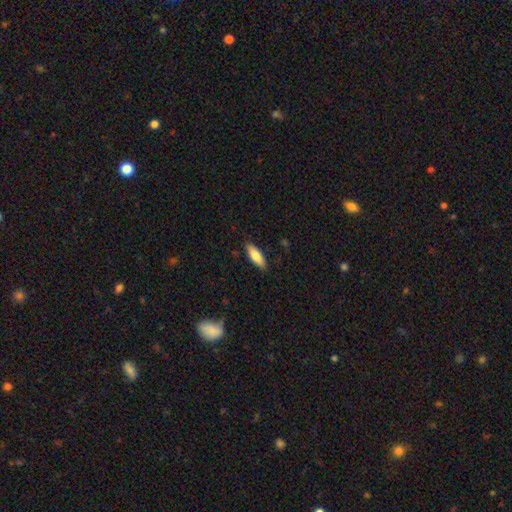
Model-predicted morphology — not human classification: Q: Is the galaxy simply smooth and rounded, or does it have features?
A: smooth — 80%.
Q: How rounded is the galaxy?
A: in between — 63%.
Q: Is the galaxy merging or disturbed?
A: none — 86%.